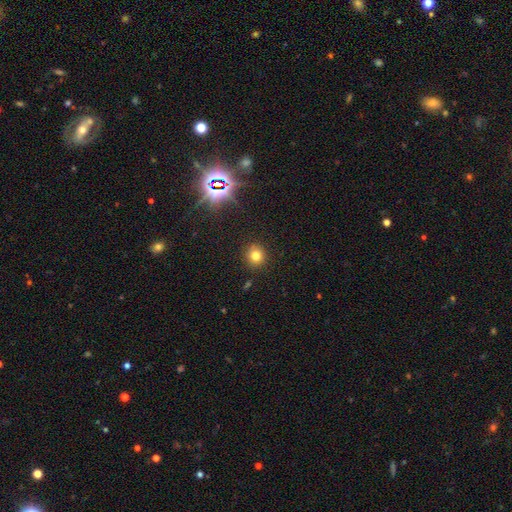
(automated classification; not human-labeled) smooth 76%, star or artifact 17%, featured or disk 7%. Down the decision tree: how rounded — round (90%); merging — none (89%).